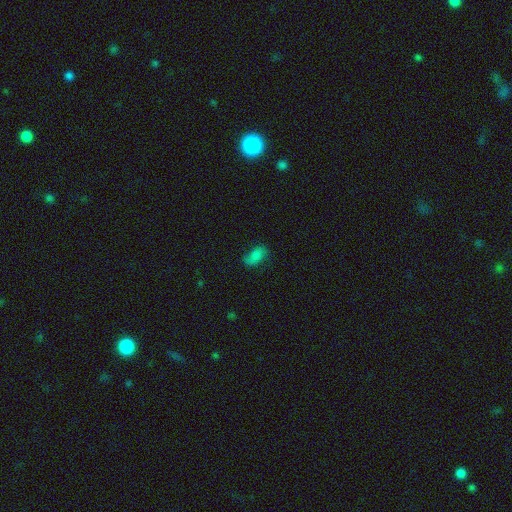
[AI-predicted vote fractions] smooth 72%, featured or disk 16%, star or artifact 12%. Down the decision tree: how rounded — in between (90%); merging — none (64%).